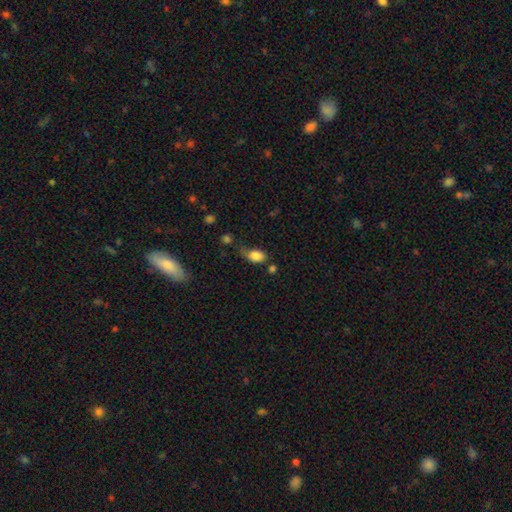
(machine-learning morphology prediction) Q: Smooth or featured?
A: smooth (84%); runner-up: star or artifact (8%)
Q: How rounded?
A: in between (85%); runner-up: round (13%)
Q: Merging?
A: none (41%); runner-up: minor disturbance (34%)